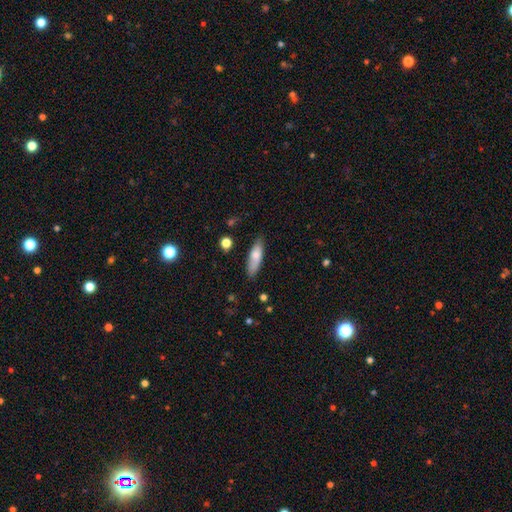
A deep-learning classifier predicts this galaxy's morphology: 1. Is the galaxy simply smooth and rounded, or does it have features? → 75% smooth, 19% featured or disk, 7% star or artifact.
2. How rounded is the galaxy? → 51% cigar-shaped, 47% in between, 2% round.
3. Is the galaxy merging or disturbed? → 76% none, 18% minor disturbance, 3% major disturbance, 2% merger.